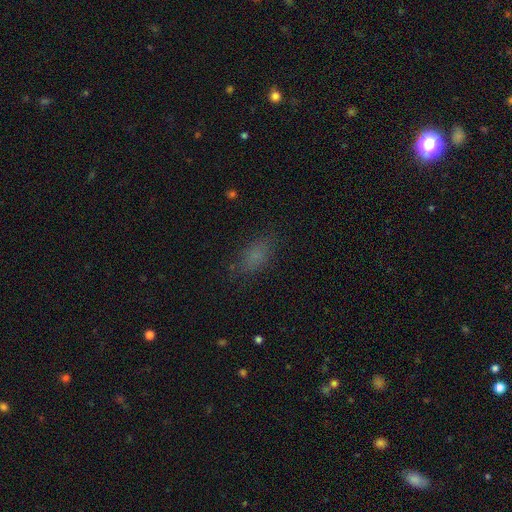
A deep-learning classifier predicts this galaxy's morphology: Q: Smooth or featured?
A: smooth (75%); runner-up: star or artifact (16%)
Q: How rounded?
A: in between (83%); runner-up: cigar-shaped (9%)
Q: Merging?
A: none (76%); runner-up: minor disturbance (16%)